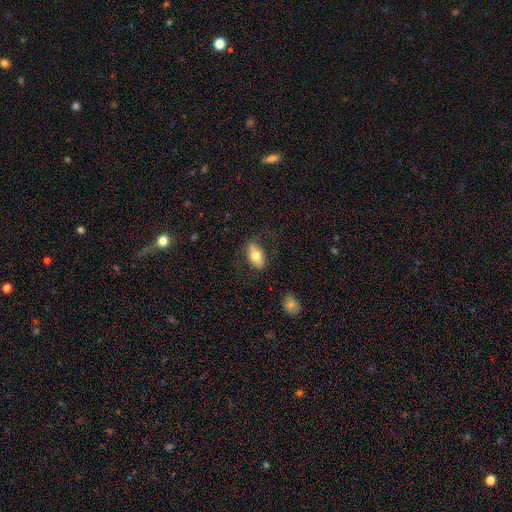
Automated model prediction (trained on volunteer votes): This appears to be a smooth galaxy with no disk features (71%) that is in between round and cigar-shaped (90%). Merging: none (78%).